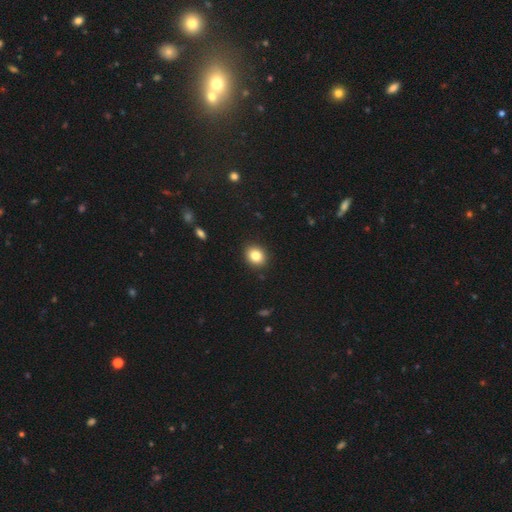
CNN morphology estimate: This appears to be a smooth galaxy with no disk features (84%) that is round (61%). Merging: none (91%).